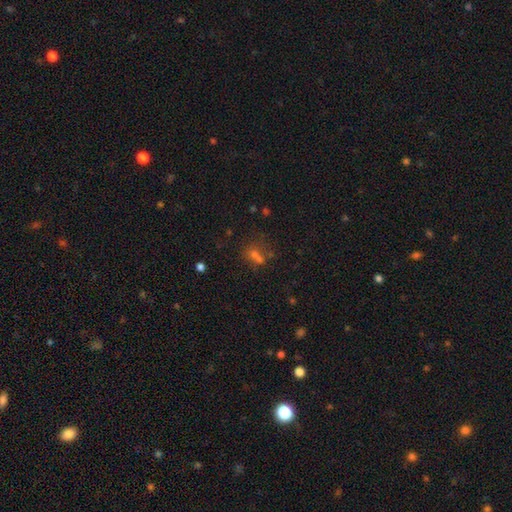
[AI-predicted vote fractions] Smooth or featured? smooth (50%)
Merging? none (52%)